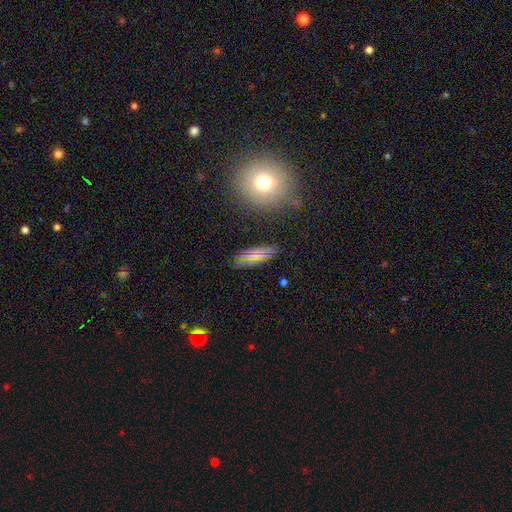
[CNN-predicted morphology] Smooth or featured? smooth (62%)
How rounded? in between (71%)
Merging? none (83%)